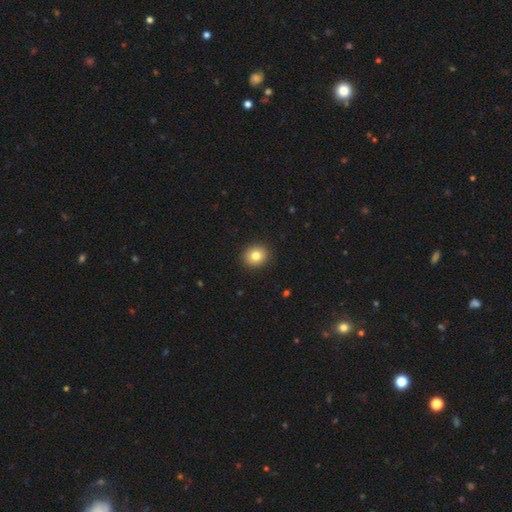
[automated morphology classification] Overall: smooth (80%). How rounded: round (77%). Merging: none (91%).